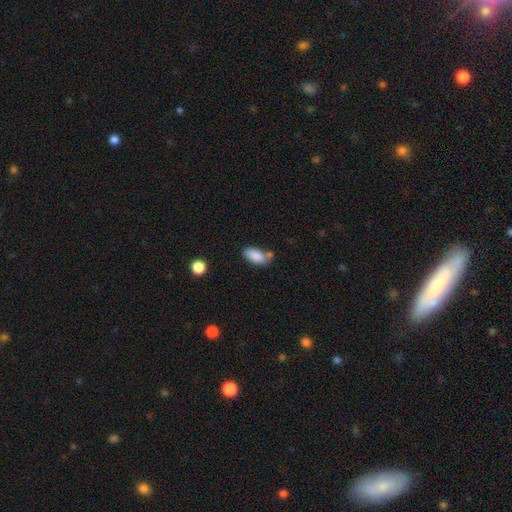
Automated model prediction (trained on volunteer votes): Morphology: type=smooth (86%); roundness=in between (89%); merging=none (57%).